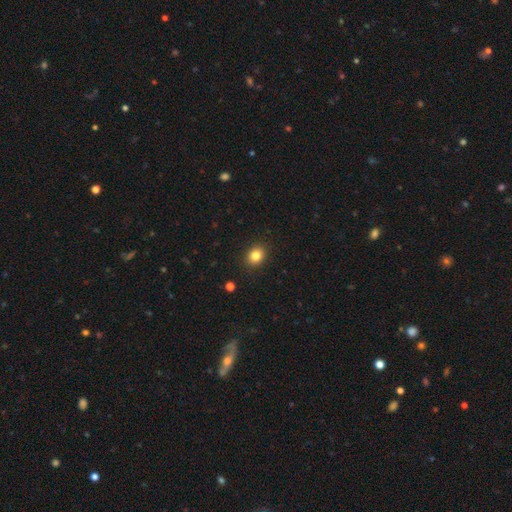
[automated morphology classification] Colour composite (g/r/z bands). It shows a smooth galaxy with no disk features (83%) that is round (57%). Merging: none (90%).